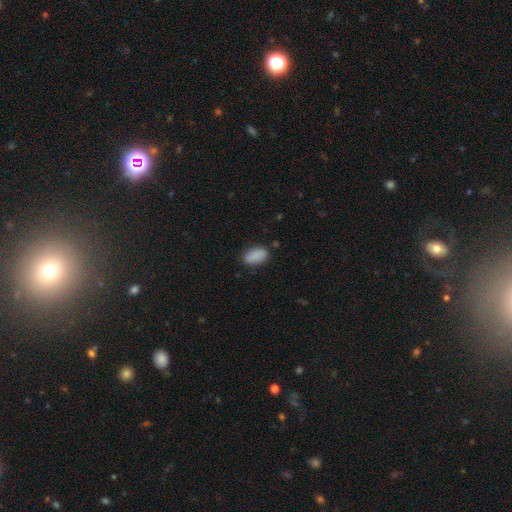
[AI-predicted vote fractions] smooth-or-featured: smooth: 88% | star or artifact: 7% | featured or disk: 4%
  how-rounded: in between: 93% | round: 4% | cigar-shaped: 3%
  merging: none: 82% | minor disturbance: 14% | major disturbance: 3% | merger: 2%